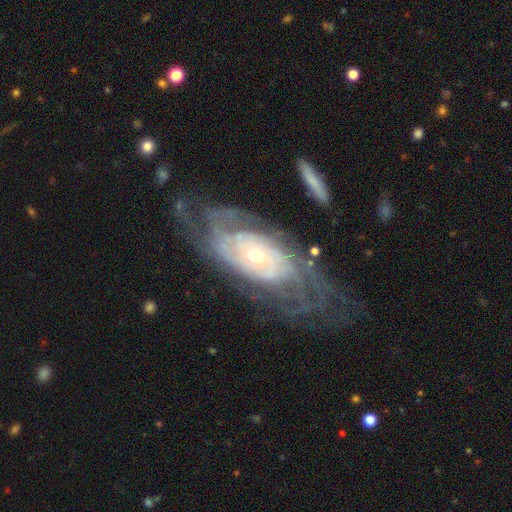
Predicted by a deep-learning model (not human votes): featured or disk 88%, smooth 7%, star or artifact 5%. Down the decision tree: edge-on disk — no (92%); bar — no (75%); spiral arms — yes (94%); spiral arm count — can't tell (43%); spiral winding — tight (71%); bulge size — moderate (51%); merging — none (63%).